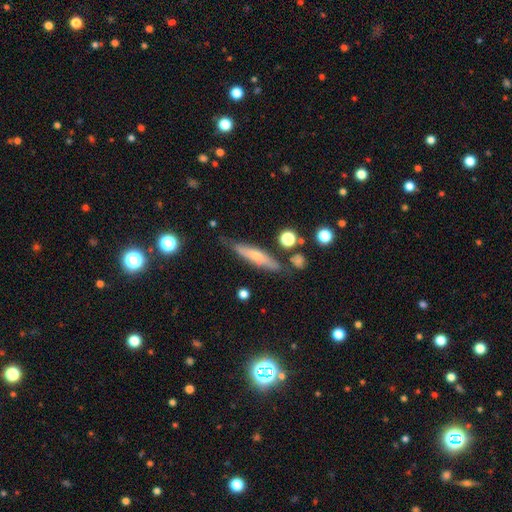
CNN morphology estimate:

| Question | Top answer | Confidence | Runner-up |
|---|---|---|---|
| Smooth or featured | featured or disk | 47% | smooth (46%) |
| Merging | none | 71% | minor disturbance (20%) |